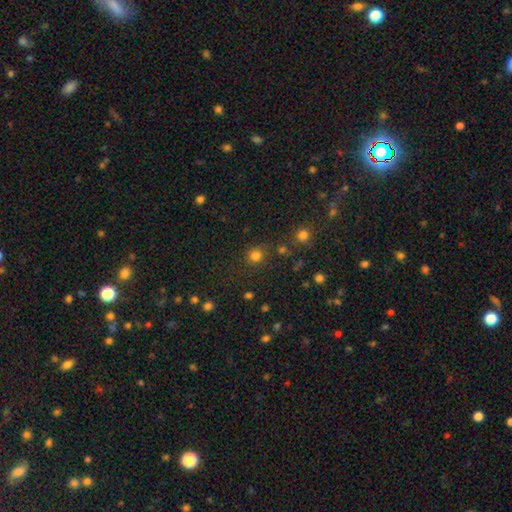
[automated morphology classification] Smooth or featured?
  - smooth: 79% *
  - star or artifact: 16%
  - featured or disk: 4%
How rounded?
  - round: 90% *
  - in between: 9%
  - cigar-shaped: 1%
Merging?
  - none: 79% *
  - minor disturbance: 10%
  - merger: 7%
  - major disturbance: 5%